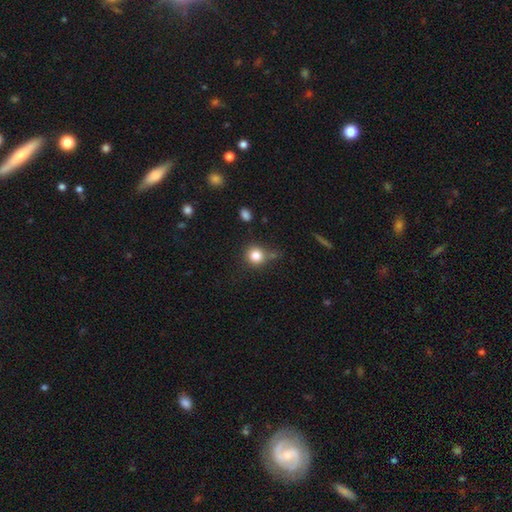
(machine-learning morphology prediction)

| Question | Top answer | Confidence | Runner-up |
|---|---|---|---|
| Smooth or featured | smooth | 82% | star or artifact (12%) |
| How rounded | round | 89% | in between (10%) |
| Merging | none | 69% | minor disturbance (18%) |